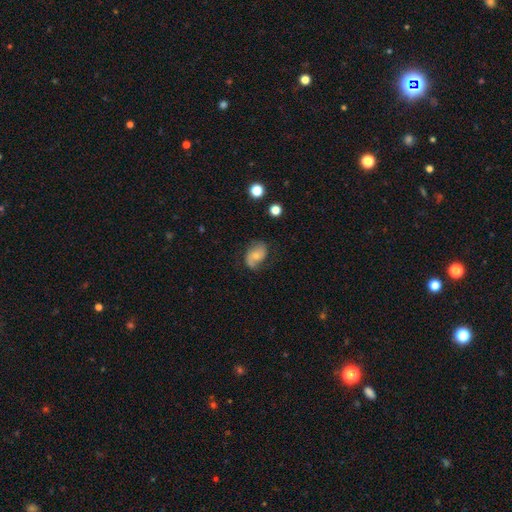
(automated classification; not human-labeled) Smooth or featured: featured or disk — 57% (smooth — 34%)
Edge-on disk: no — 97% (yes — 3%)
Bar: no — 65% (weak — 29%)
Spiral arms: yes — 88% (no — 12%)
Bulge size: small — 52% (moderate — 39%)
Merging: none — 62% (minor disturbance — 25%)